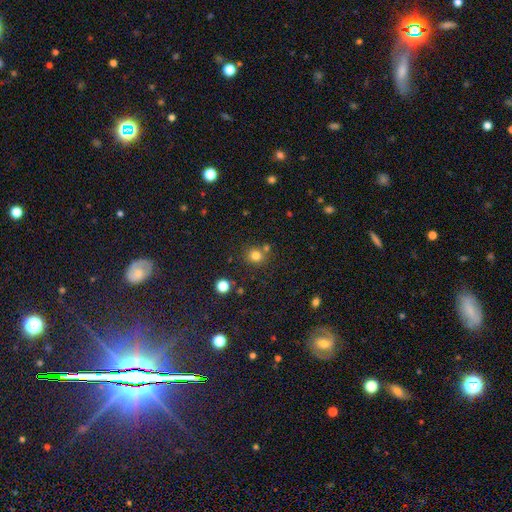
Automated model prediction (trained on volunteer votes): A smooth galaxy with no disk features (78%) that is round (87%).

Vote fractions:
- Smooth or featured? smooth: 78% / star or artifact: 15% / featured or disk: 6%
- How rounded? round: 87% / in between: 12% / cigar-shaped: 1%
- Merging? none: 73% / merger: 15% / minor disturbance: 9% / major disturbance: 3%